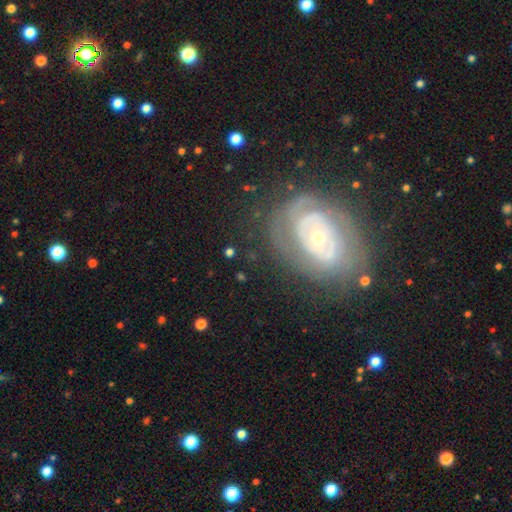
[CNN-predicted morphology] Smooth or featured: featured or disk — 76% (smooth — 15%)
Edge-on disk: no — 95% (yes — 5%)
Bar: no — 69% (weak — 20%)
Spiral arms: yes — 74% (no — 26%)
Spiral winding: tight — 72% (medium — 20%)
Spiral arm count: can't tell — 44% (2 — 29%)
Bulge size: small — 62% (moderate — 33%)
Merging: none — 74% (minor disturbance — 15%)